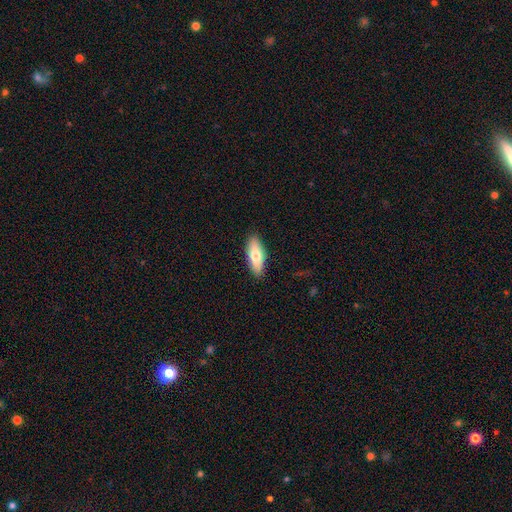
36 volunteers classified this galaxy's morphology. Volunteers were most divided on "how rounded": cigar-shaped: 50%, in between: 46%, round: 4%. More confident: merging — none (83%); smooth or featured — smooth (72%).